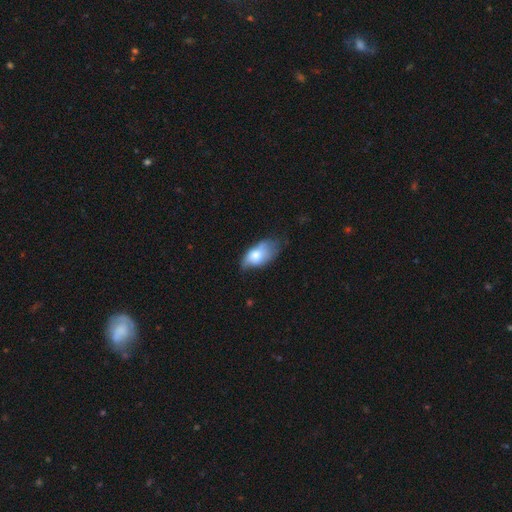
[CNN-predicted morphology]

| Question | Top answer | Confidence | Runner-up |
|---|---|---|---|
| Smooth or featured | smooth | 68% | featured or disk (25%) |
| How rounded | in between | 91% | round (6%) |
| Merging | minor disturbance | 41% | none (31%) |